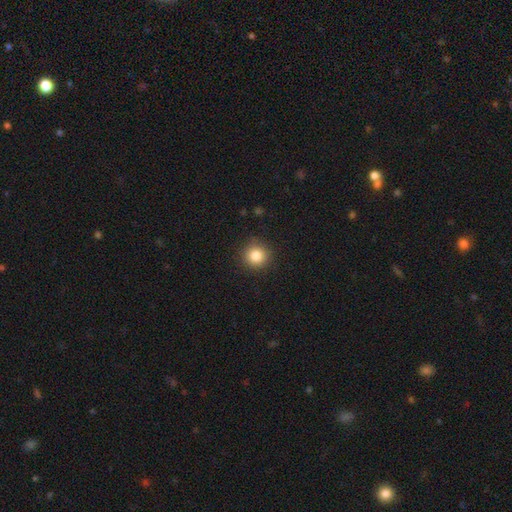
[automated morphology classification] Smooth or featured? Predicted: smooth (p=0.84). How rounded? Predicted: round (p=0.93). Merging? Predicted: none (p=0.90).